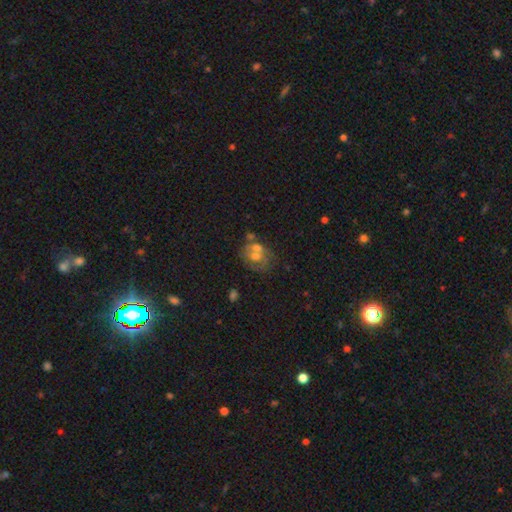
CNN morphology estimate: Q: Smooth or featured?
A: featured or disk (50%); runner-up: smooth (34%)
Q: Merging?
A: none (42%); runner-up: merger (31%)